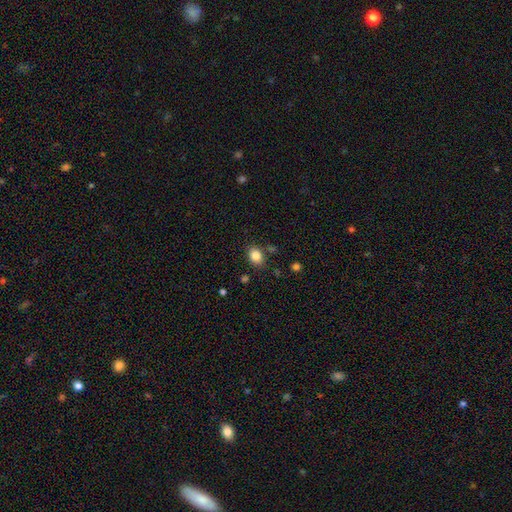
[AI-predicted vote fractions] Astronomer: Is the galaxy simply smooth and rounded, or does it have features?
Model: smooth — 84%.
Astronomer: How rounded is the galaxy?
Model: in between — 63%.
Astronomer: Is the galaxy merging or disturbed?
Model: none — 81%.